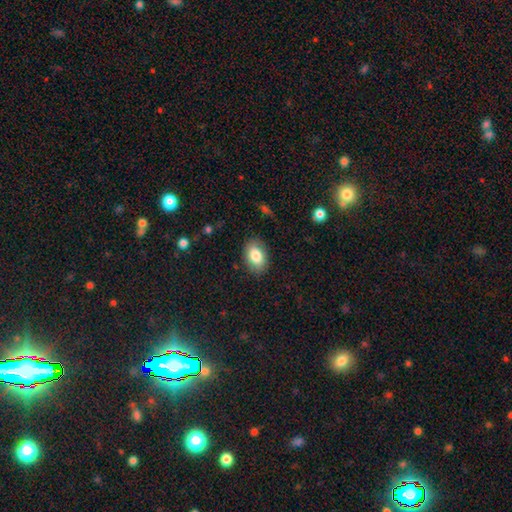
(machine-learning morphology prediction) smooth-or-featured: smooth: 83% | featured or disk: 10% | star or artifact: 7%
  how-rounded: in between: 87% | round: 12% | cigar-shaped: 1%
  merging: none: 85% | minor disturbance: 11% | major disturbance: 3% | merger: 1%